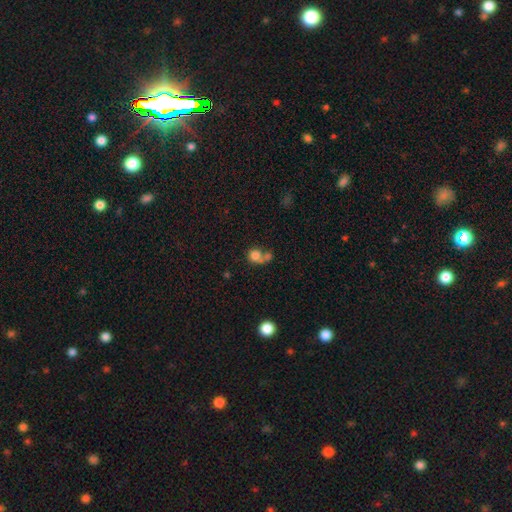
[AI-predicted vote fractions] smooth_or_featured: smooth (p=0.77) [alt: featured or disk p=0.13]
how_rounded: round (p=0.82) [alt: in between p=0.17]
merging: merger (p=0.46) [alt: none p=0.35]